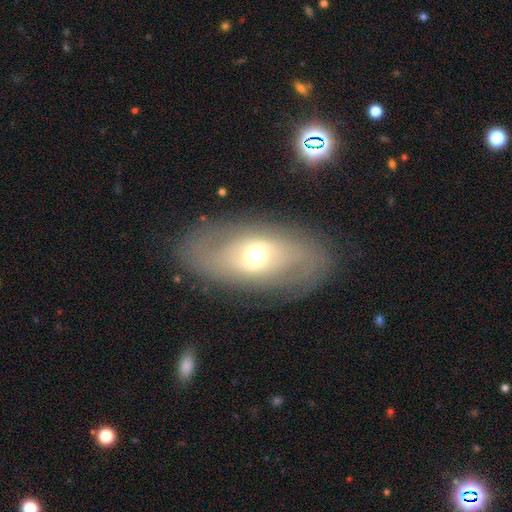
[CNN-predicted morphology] Overall: featured or disk (59%; smooth 33%). Edge-on disk: no (86%). Bar: no (46%; weak 35%). Spiral arms: no (57%; yes 43%). Bulge size: moderate (65%). Merging: none (81%).